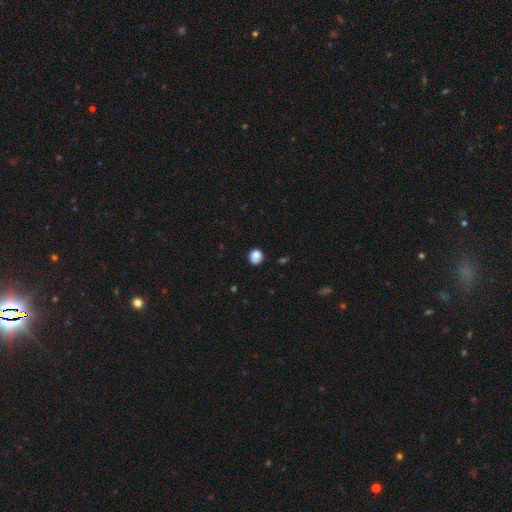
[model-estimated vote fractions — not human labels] smooth 86%, star or artifact 9%, featured or disk 5%. Down the decision tree: how rounded — round (79%); merging — none (81%).